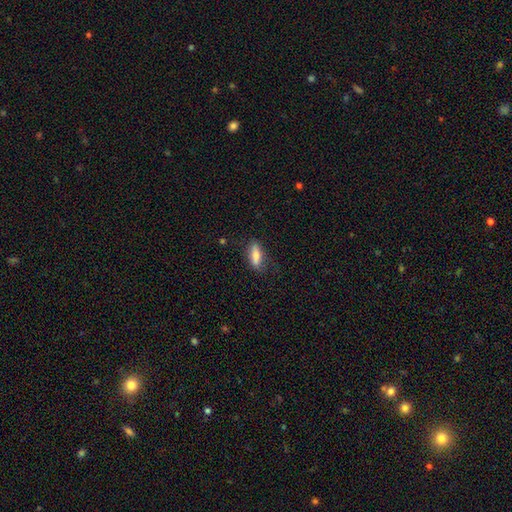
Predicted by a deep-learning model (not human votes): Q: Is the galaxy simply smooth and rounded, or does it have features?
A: smooth — 75%.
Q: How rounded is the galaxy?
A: in between — 56%.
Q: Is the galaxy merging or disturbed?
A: none — 75%.